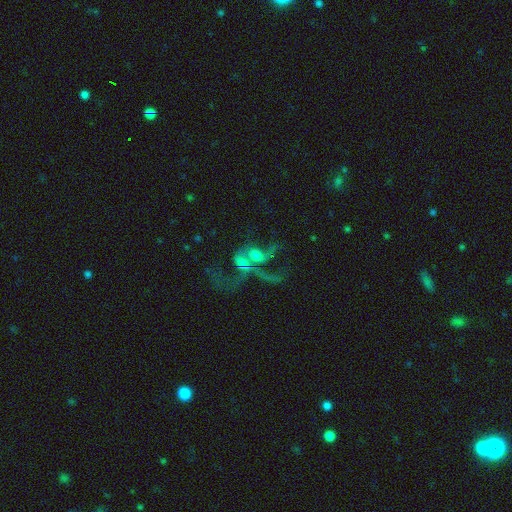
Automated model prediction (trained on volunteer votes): A featured or disk galaxy (60%) with no bar (71%), spiral arms (60%) and a moderate central bulge (45%). Merging: merger (66%).